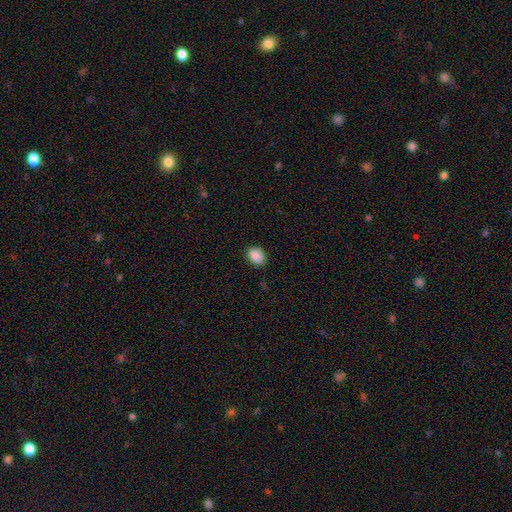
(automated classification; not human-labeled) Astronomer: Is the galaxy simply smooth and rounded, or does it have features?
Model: smooth — 89%.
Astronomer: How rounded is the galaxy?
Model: in between — 65%.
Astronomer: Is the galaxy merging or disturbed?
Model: none — 86%.